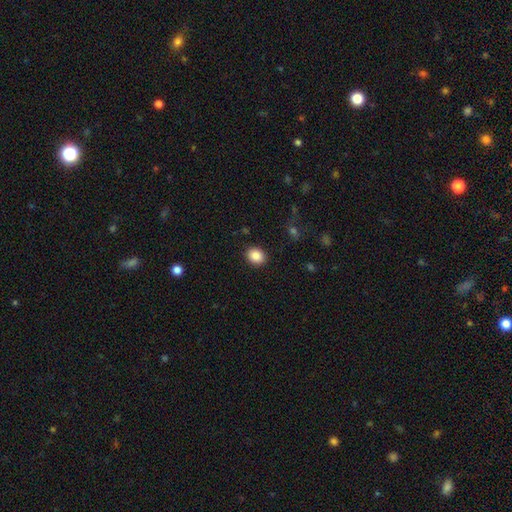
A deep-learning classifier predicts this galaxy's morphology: smooth_or_featured: smooth (p=0.87) [alt: star or artifact p=0.09]
how_rounded: round (p=0.53) [alt: in between p=0.46]
merging: none (p=0.90) [alt: minor disturbance p=0.07]